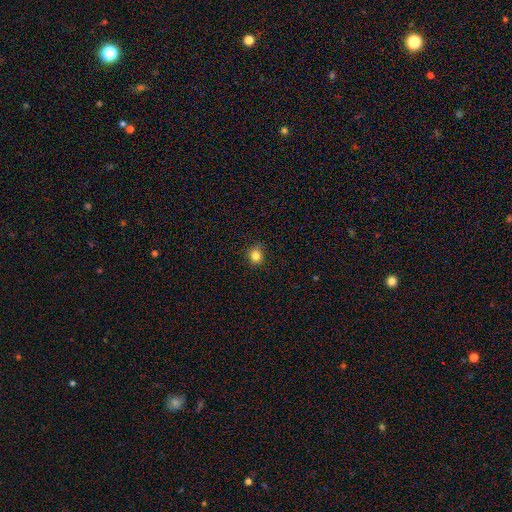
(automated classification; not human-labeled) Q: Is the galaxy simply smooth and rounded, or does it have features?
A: smooth — 83%.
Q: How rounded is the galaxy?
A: round — 79%.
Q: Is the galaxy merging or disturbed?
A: none — 81%.